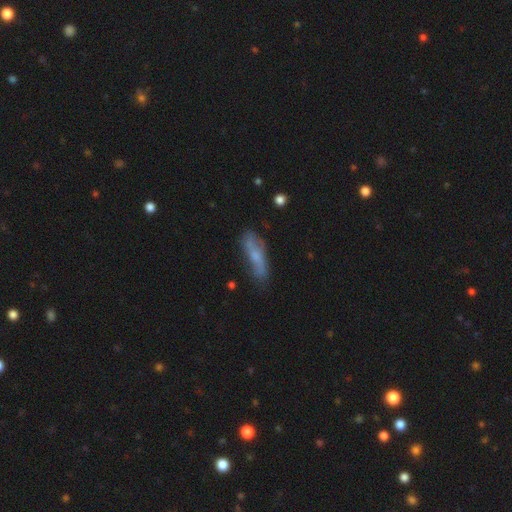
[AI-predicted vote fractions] Smooth or featured? Predicted: smooth (p=0.50). How rounded? Predicted: cigar-shaped (p=0.55). Merging? Predicted: none (p=0.61).